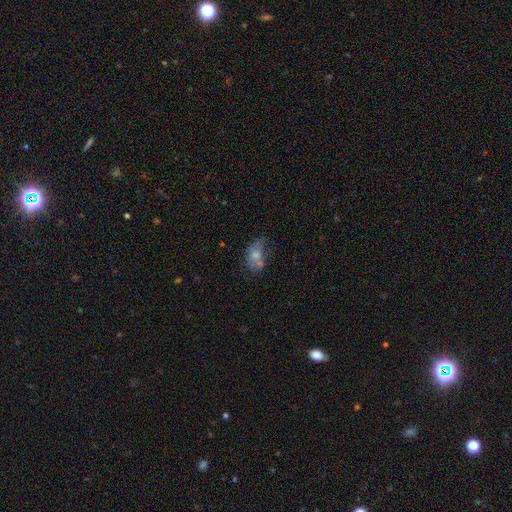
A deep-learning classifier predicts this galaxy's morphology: smooth-or-featured: smooth: 56% | featured or disk: 32% | star or artifact: 11%
  how-rounded: in between: 83% | round: 15% | cigar-shaped: 2%
  merging: none: 32% | minor disturbance: 25% | major disturbance: 23% | merger: 20%